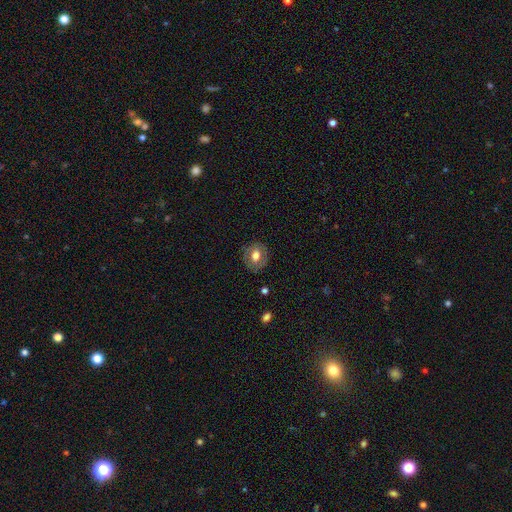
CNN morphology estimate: Overall: smooth (57%; featured or disk 35%). How rounded: round (64%; in between 35%). Merging: none (82%).